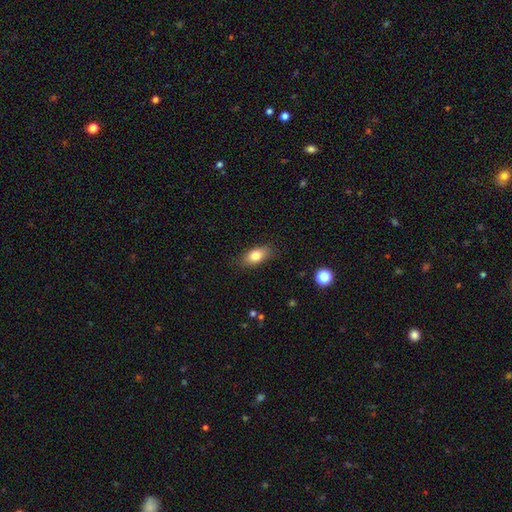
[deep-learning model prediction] Smooth or featured?
  - smooth: 81% *
  - featured or disk: 12%
  - star or artifact: 8%
How rounded?
  - in between: 86% *
  - round: 7%
  - cigar-shaped: 7%
Merging?
  - none: 84% *
  - minor disturbance: 12%
  - major disturbance: 3%
  - merger: 1%